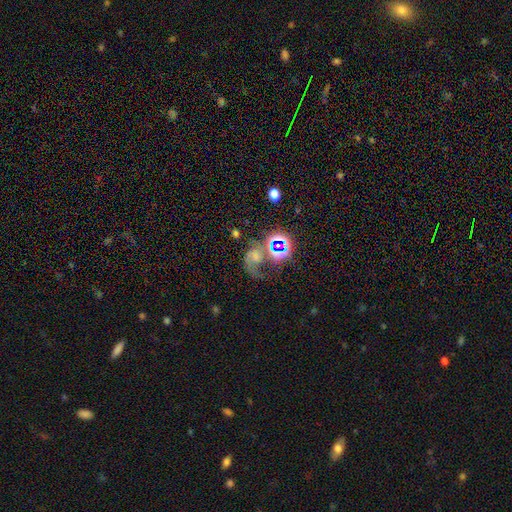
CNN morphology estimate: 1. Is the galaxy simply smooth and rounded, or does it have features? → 49% featured or disk, 32% star or artifact, 19% smooth.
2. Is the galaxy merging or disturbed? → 33% none, 28% major disturbance, 26% merger, 14% minor disturbance.